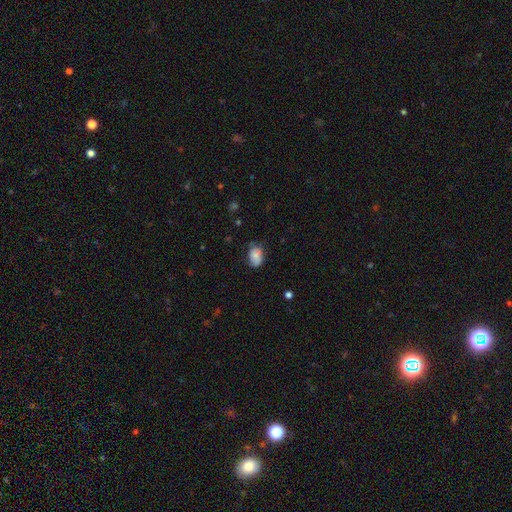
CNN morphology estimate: A smooth galaxy with no disk features (76%) that is in between round and cigar-shaped (80%). Merging: none (60%).